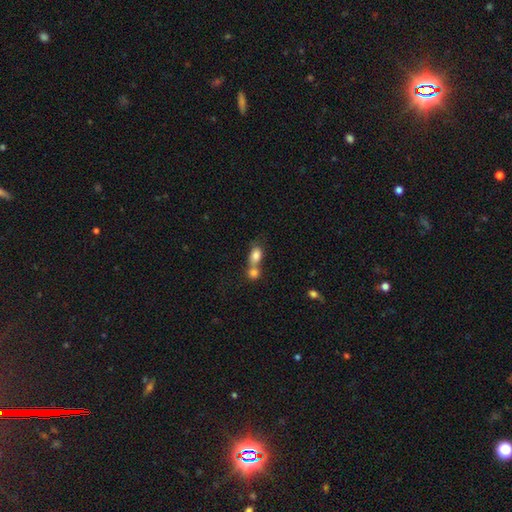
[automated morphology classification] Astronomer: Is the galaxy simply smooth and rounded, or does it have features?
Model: smooth — 82%.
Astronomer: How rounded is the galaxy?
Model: in between — 69%.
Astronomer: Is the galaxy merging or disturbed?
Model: merger — 61%.